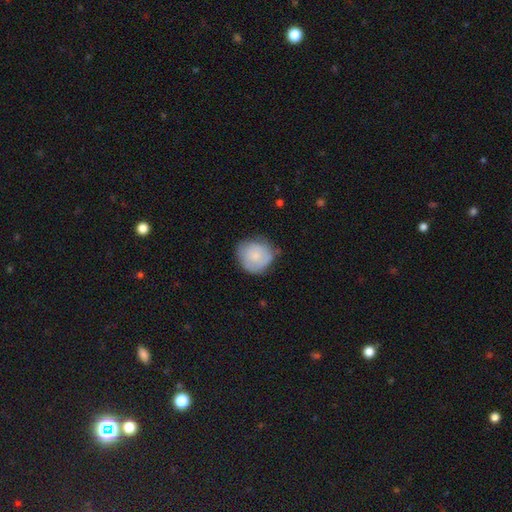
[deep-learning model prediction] Overall: smooth (65%; featured or disk 29%). How rounded: round (86%). Merging: none (60%; minor disturbance 30%).